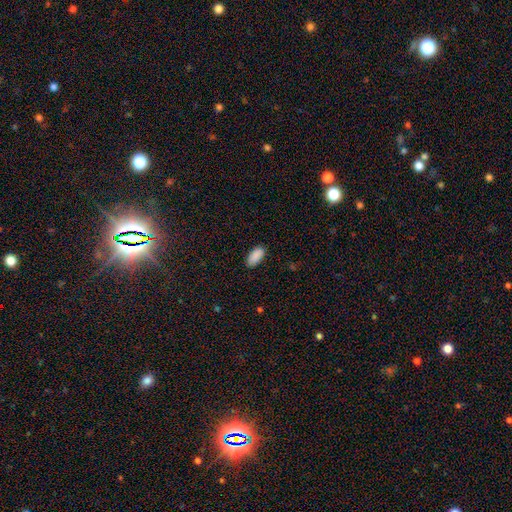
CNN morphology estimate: This is clearly a smooth galaxy (90%). How rounded: clearly in between (93%). Merging: clearly none (87%).